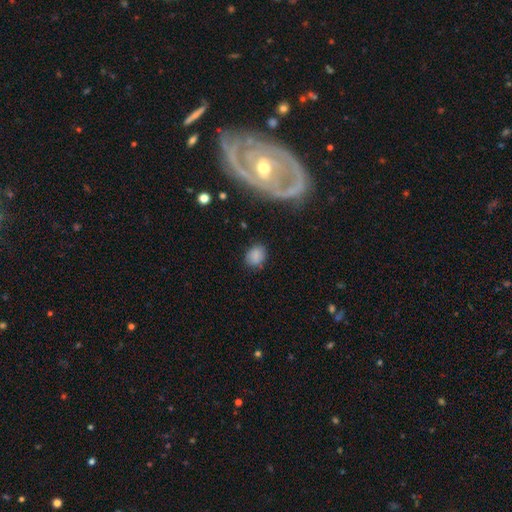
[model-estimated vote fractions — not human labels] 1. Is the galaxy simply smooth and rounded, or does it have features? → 82% smooth, 10% star or artifact, 8% featured or disk.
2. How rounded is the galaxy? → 60% in between, 39% round, 1% cigar-shaped.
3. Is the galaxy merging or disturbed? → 77% none, 16% minor disturbance, 4% major disturbance, 3% merger.